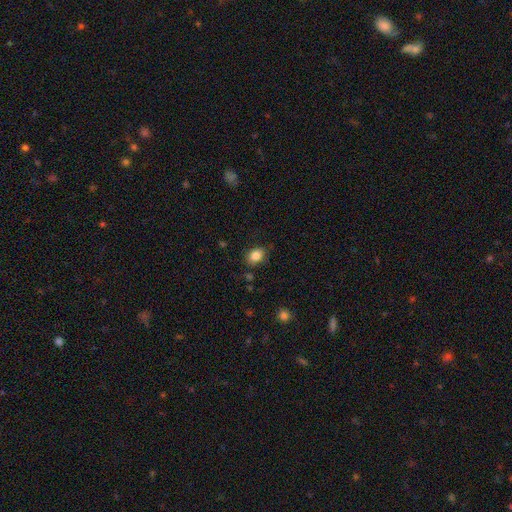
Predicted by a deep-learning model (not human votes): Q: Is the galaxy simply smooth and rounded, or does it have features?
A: smooth — 85%.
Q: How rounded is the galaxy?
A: in between — 65%.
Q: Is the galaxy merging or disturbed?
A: none — 81%.